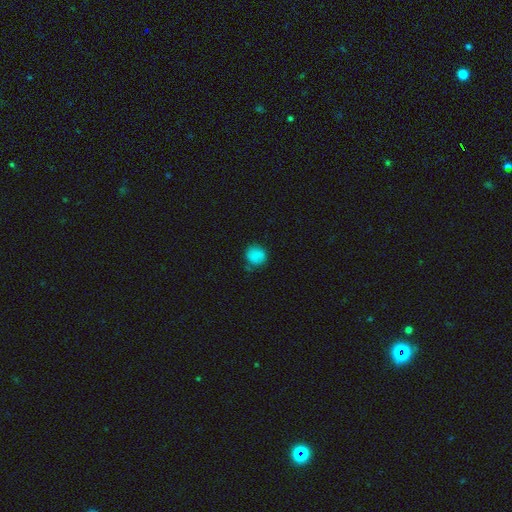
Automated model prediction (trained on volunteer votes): smooth_or_featured: smooth (p=0.84) [alt: star or artifact p=0.10]
how_rounded: round (p=0.83) [alt: in between p=0.16]
merging: none (p=0.75) [alt: minor disturbance p=0.18]